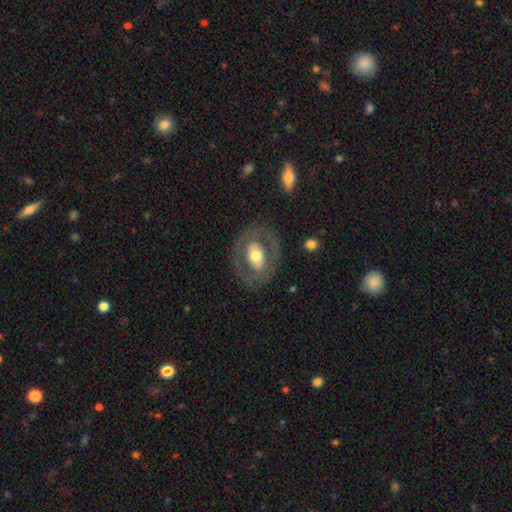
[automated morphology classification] Smooth or featured?
  - featured or disk: 55% *
  - smooth: 39%
  - star or artifact: 6%
Edge-on disk?
  - no: 93% *
  - yes: 7%
Bar?
  - no: 58% *
  - weak: 24%
  - strong: 18%
Spiral arms?
  - no: 78% *
  - yes: 22%
Bulge size?
  - moderate: 63% *
  - large: 24%
  - small: 10%
  - dominant: 2%
  - none: 1%
Merging?
  - none: 77% *
  - minor disturbance: 12%
  - major disturbance: 9%
  - merger: 1%